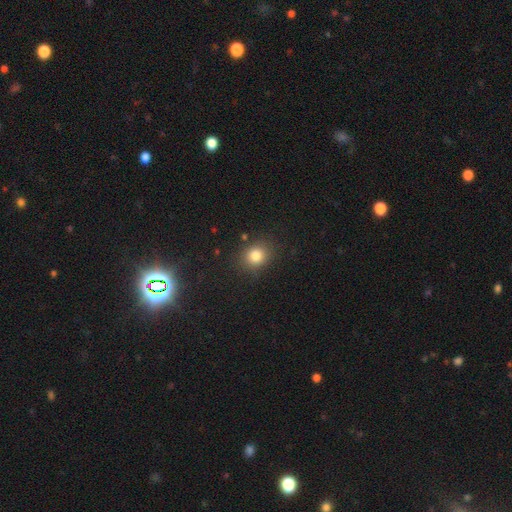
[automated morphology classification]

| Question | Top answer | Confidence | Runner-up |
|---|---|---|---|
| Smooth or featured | smooth | 82% | star or artifact (12%) |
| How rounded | round | 71% | in between (28%) |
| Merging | none | 84% | minor disturbance (10%) |